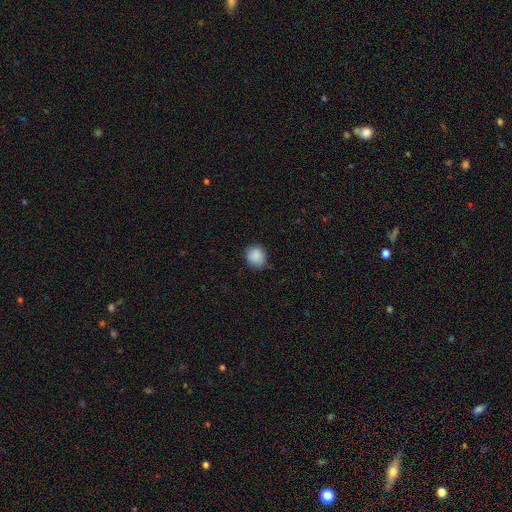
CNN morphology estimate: type=smooth (88%); roundness=round (79%); merging=none (81%).